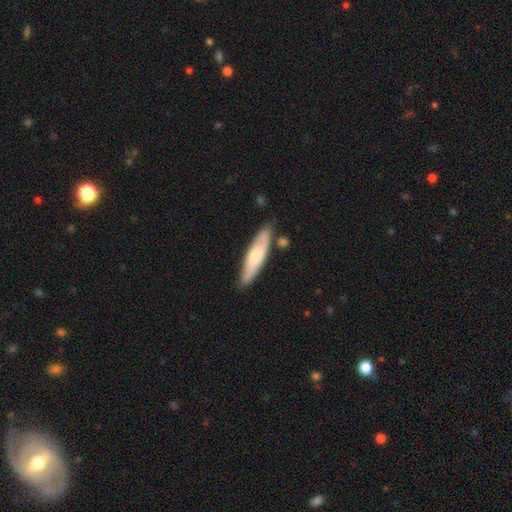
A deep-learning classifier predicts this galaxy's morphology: This is possibly a smooth galaxy (59%). How rounded: likely cigar-shaped (71%). Merging: likely none (75%).